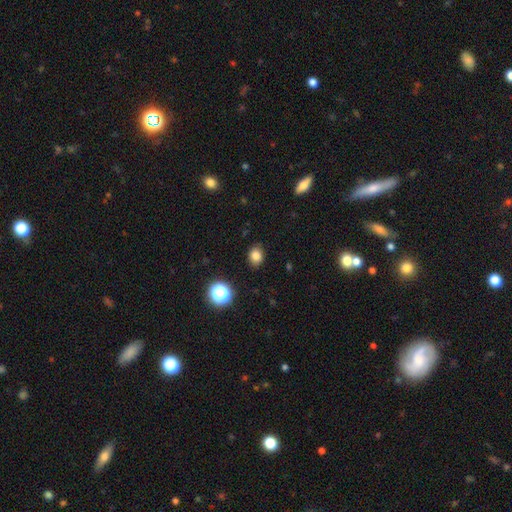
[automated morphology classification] Smooth or featured? Predicted: smooth (p=0.81). How rounded? Predicted: round (p=0.51). Merging? Predicted: none (p=0.86).